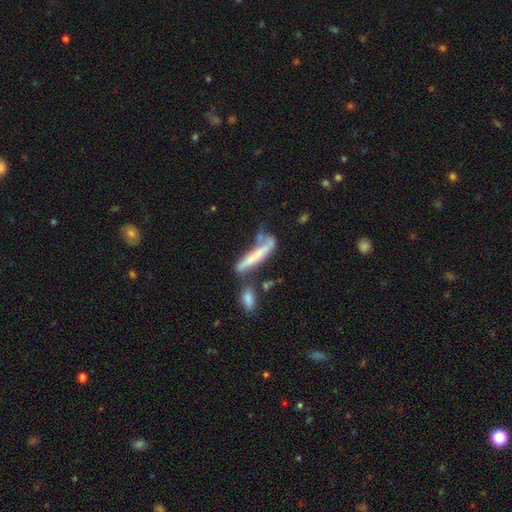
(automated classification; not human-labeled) Overall: smooth (50%; featured or disk 41%). Merging: none (33%; merger 30%).